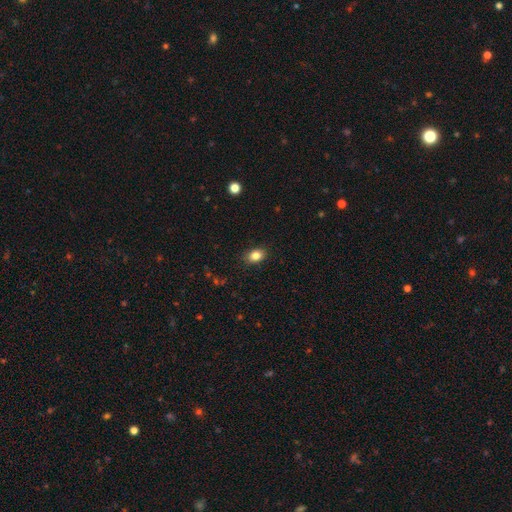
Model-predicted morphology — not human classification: A smooth galaxy with no disk features (85%) that is in between round and cigar-shaped (76%).

Vote fractions:
- Smooth or featured? smooth: 85% / star or artifact: 9% / featured or disk: 6%
- How rounded? in between: 76% / round: 22% / cigar-shaped: 1%
- Merging? none: 87% / minor disturbance: 9% / major disturbance: 2% / merger: 1%